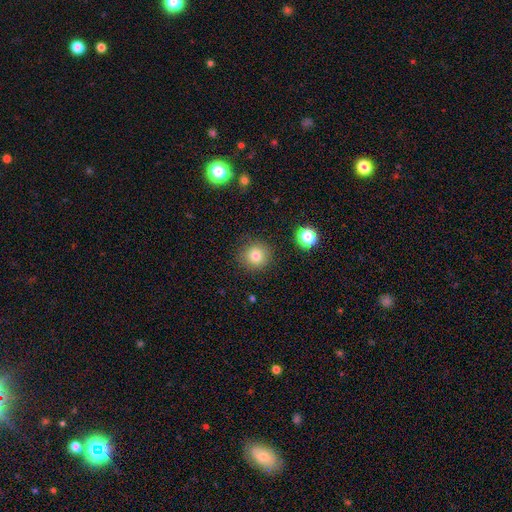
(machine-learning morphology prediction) This appears to be a smooth galaxy with no disk features (80%) that is round (92%). Merging: none (88%).